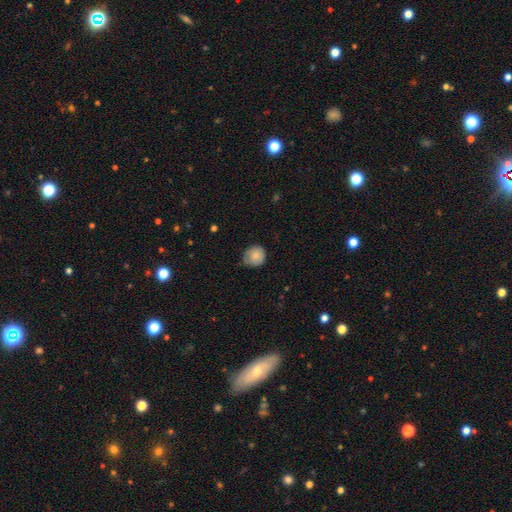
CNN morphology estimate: Q: Smooth or featured?
A: smooth (78%); runner-up: featured or disk (15%)
Q: How rounded?
A: round (85%); runner-up: in between (14%)
Q: Merging?
A: none (64%); runner-up: minor disturbance (29%)